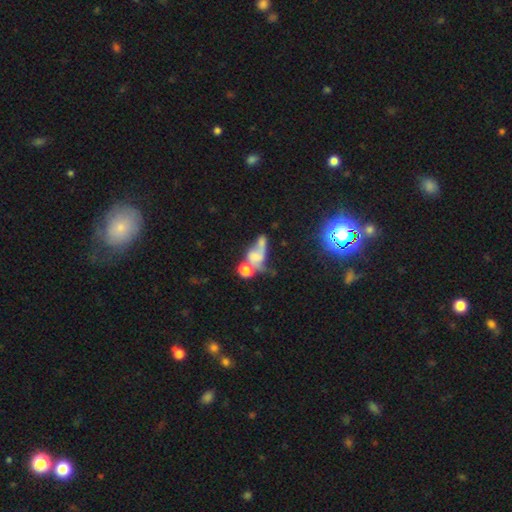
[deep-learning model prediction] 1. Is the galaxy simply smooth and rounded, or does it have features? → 44% smooth, 37% featured or disk, 19% star or artifact.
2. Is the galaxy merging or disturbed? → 48% merger, 25% major disturbance, 16% none, 11% minor disturbance.